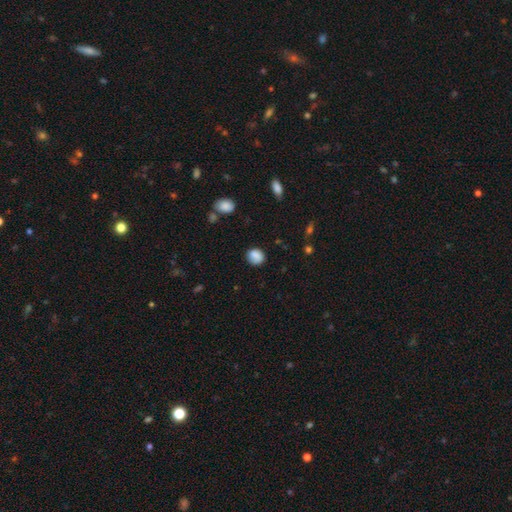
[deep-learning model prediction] This is clearly a smooth galaxy (82%). How rounded: likely round (75%). Merging: likely none (73%).